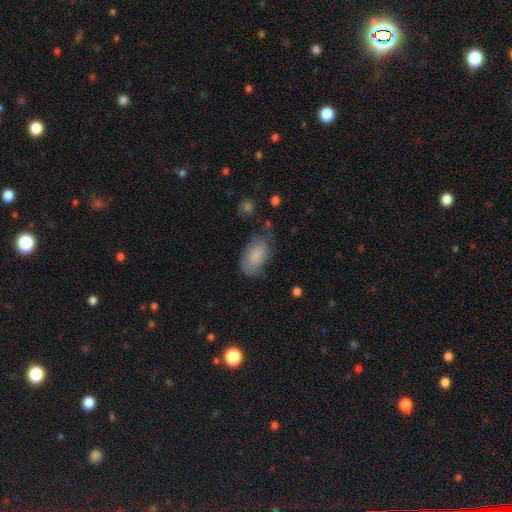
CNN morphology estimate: type=smooth (82%); roundness=in between (93%); merging=none (60%).